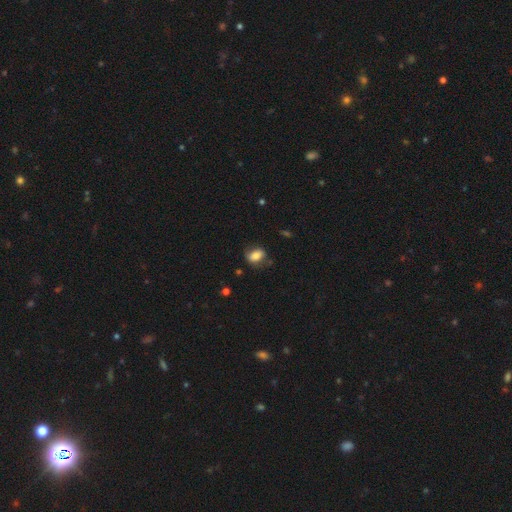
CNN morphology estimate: type=smooth (76%); roundness=in between (78%); merging=none (65%).